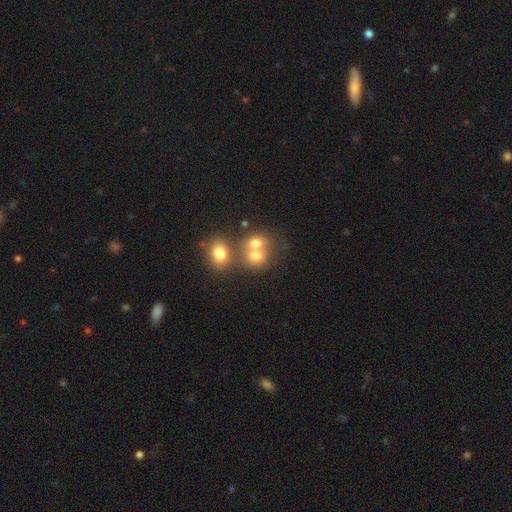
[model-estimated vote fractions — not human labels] Smooth or featured?
  - smooth: 72% *
  - featured or disk: 15%
  - star or artifact: 13%
How rounded?
  - round: 69% *
  - in between: 30%
  - cigar-shaped: 1%
Merging?
  - merger: 55% *
  - none: 34%
  - minor disturbance: 7%
  - major disturbance: 4%